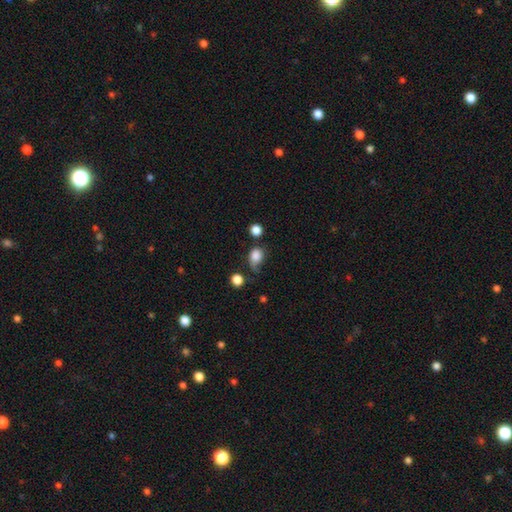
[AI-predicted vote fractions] The model was most divided on "merging": none: 38%, minor disturbance: 36%, major disturbance: 19%, merger: 7%. More confident: smooth or featured — smooth (82%); how rounded — in between (52%).